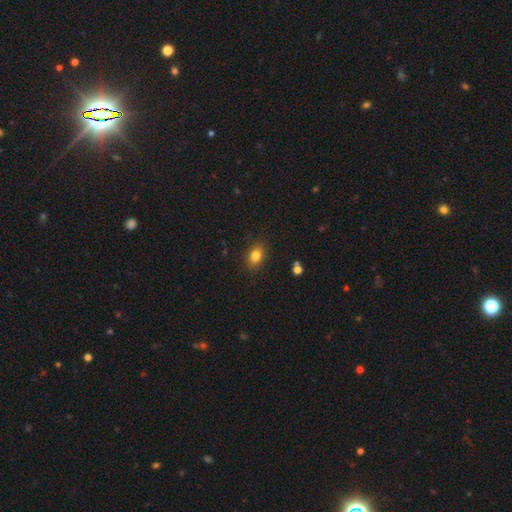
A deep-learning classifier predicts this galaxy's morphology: This is clearly a smooth galaxy (82%). How rounded: likely in between (75%). Merging: clearly none (86%).